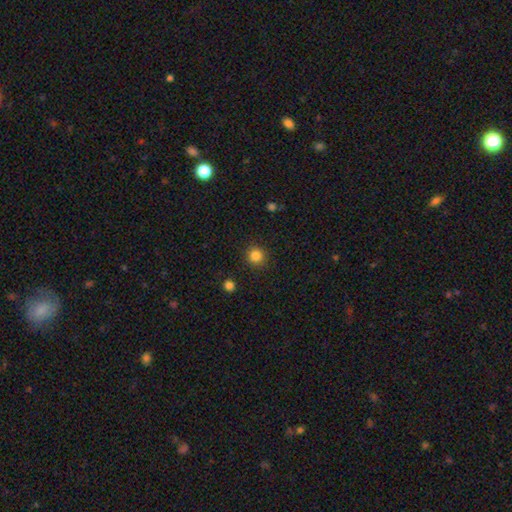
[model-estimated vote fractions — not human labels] The model was most divided on "smooth or featured": smooth: 84%, star or artifact: 12%, featured or disk: 4%. More confident: how rounded — round (93%); merging — none (91%).